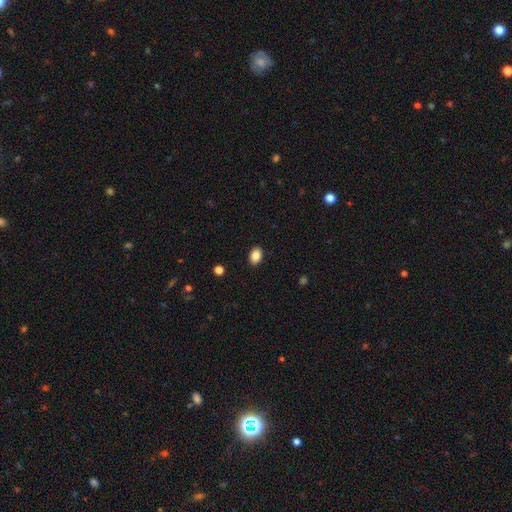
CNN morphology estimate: smooth_or_featured: smooth (p=0.86) [alt: star or artifact p=0.09]
how_rounded: in between (p=0.80) [alt: round p=0.19]
merging: none (p=0.89) [alt: minor disturbance p=0.08]